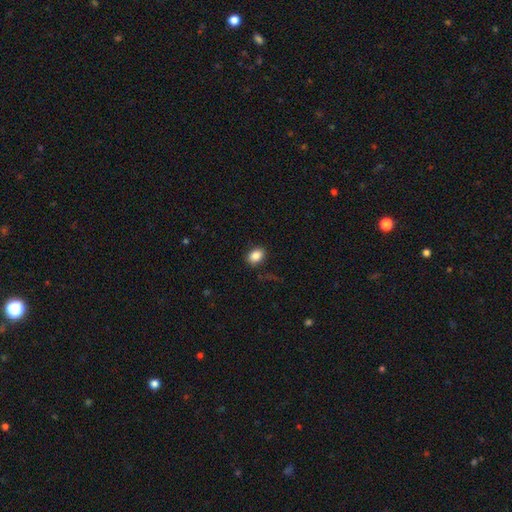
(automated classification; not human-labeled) Morphology: type=smooth (86%); roundness=in between (75%); merging=none (86%).